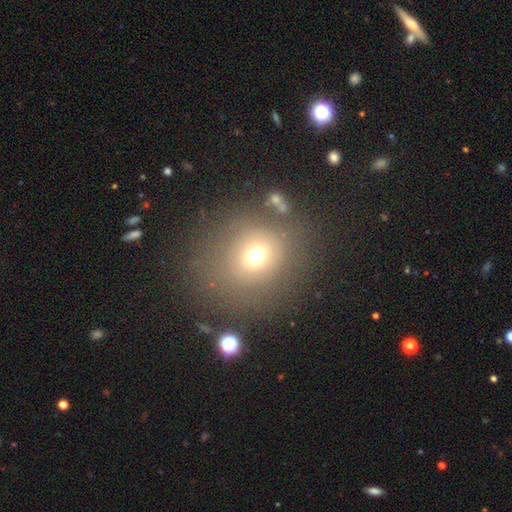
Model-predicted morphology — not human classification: This appears to be a smooth galaxy with no disk features (68%) that is round (79%). Merging: none (71%).